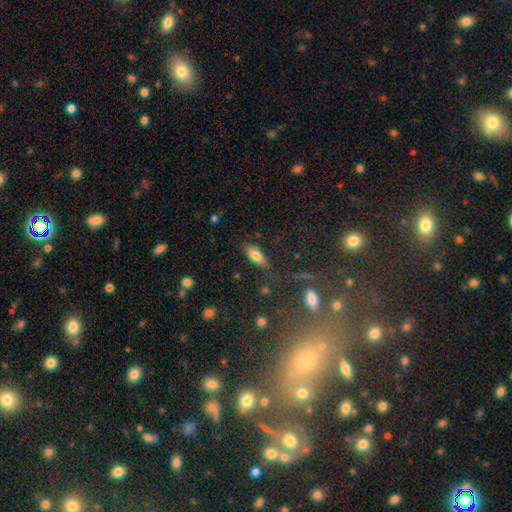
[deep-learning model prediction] Smooth or featured? smooth (73%)
How rounded? in between (72%)
Merging? none (79%)